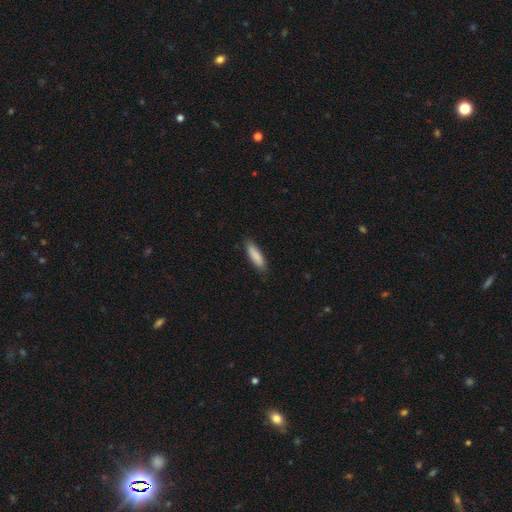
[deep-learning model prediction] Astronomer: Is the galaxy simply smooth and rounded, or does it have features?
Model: smooth — 88%.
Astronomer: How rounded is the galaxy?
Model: cigar-shaped — 63%.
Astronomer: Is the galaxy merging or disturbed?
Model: none — 86%.